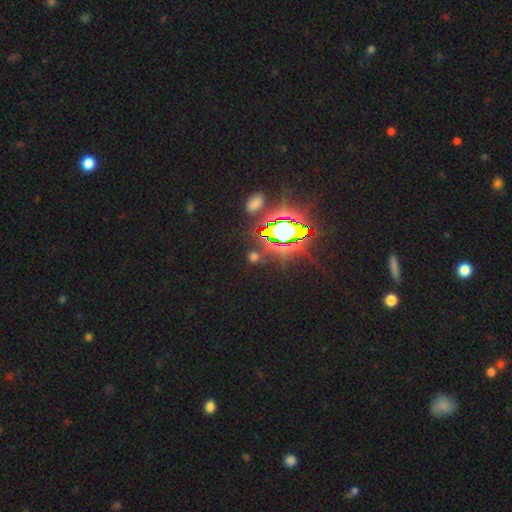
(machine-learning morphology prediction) A star or artifact, not a galaxy (78%).